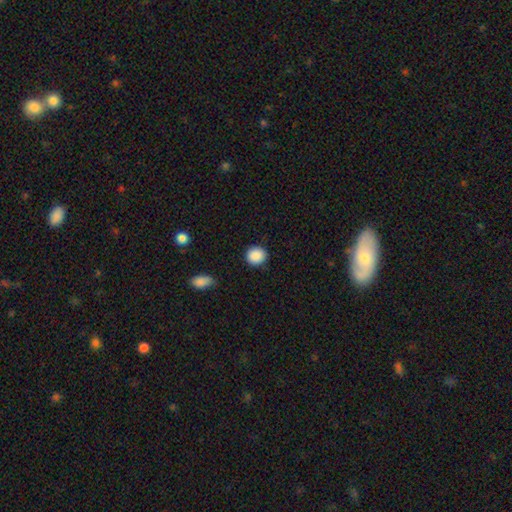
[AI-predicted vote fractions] A smooth galaxy with no disk features (90%) that is round (87%).

Vote fractions:
- Smooth or featured? smooth: 90% / star or artifact: 8% / featured or disk: 3%
- How rounded? round: 87% / in between: 12% / cigar-shaped: 1%
- Merging? none: 89% / minor disturbance: 7% / major disturbance: 2% / merger: 1%